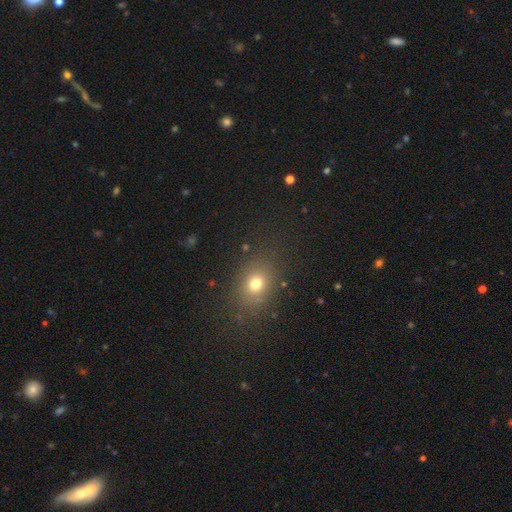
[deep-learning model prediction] smooth-or-featured: smooth: 64% | star or artifact: 26% | featured or disk: 9%
  how-rounded: round: 51% | in between: 47% | cigar-shaped: 2%
  merging: none: 88% | minor disturbance: 8% | major disturbance: 3% | merger: 1%